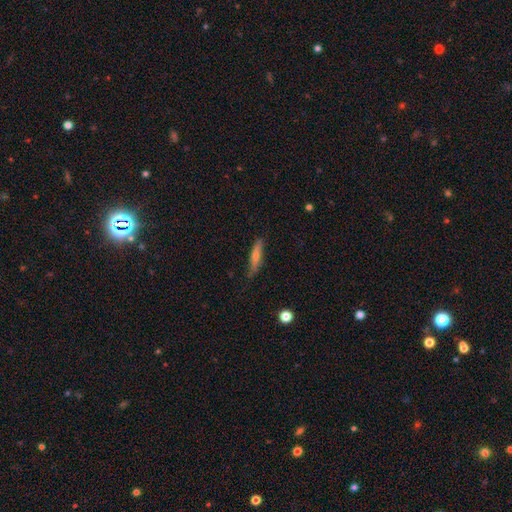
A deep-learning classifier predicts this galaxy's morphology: This is possibly a smooth galaxy (51%). How rounded: clearly cigar-shaped (87%). Merging: likely none (75%).